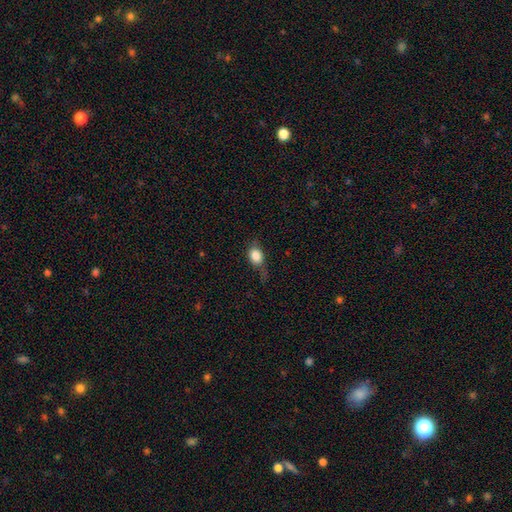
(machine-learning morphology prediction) Smooth or featured?
  - smooth: 81% *
  - featured or disk: 11%
  - star or artifact: 9%
How rounded?
  - in between: 64% *
  - round: 33%
  - cigar-shaped: 3%
Merging?
  - none: 48% *
  - minor disturbance: 32%
  - major disturbance: 18%
  - merger: 2%